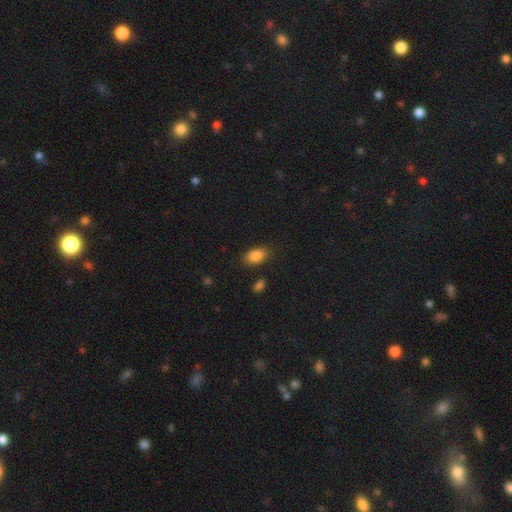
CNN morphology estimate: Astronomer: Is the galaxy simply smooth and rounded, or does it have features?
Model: smooth — 85%.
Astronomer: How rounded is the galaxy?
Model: in between — 89%.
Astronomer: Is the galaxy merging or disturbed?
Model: none — 83%.